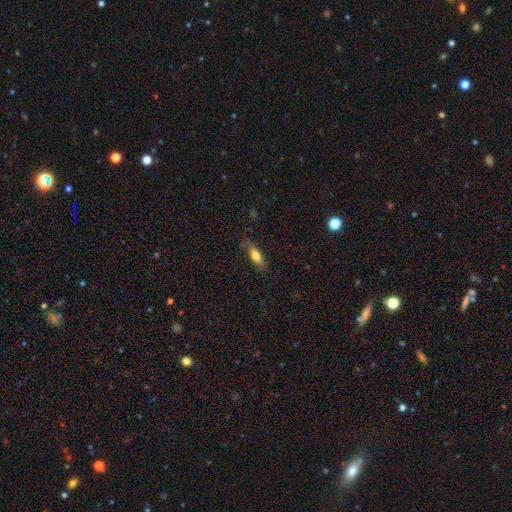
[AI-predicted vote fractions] A smooth galaxy with no disk features (66%) that is in between round and cigar-shaped (52%).

Vote fractions:
- Smooth or featured? smooth: 66% / featured or disk: 26% / star or artifact: 8%
- How rounded? in between: 52% / cigar-shaped: 45% / round: 3%
- Merging? none: 76% / minor disturbance: 18% / major disturbance: 5% / merger: 1%